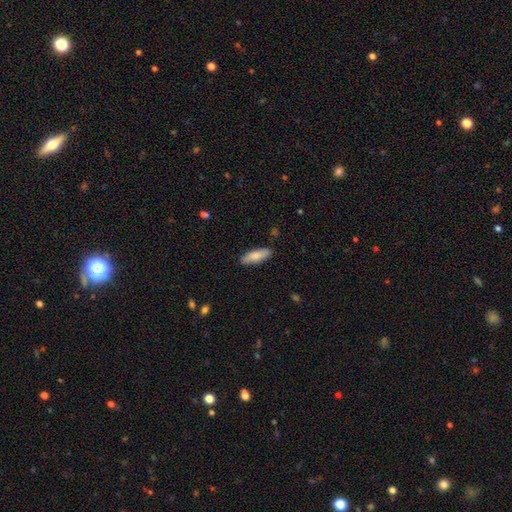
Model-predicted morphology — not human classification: smooth-or-featured: smooth: 84% | featured or disk: 10% | star or artifact: 6%
  how-rounded: in between: 59% | cigar-shaped: 40% | round: 2%
  merging: none: 88% | minor disturbance: 9% | major disturbance: 2% | merger: 1%